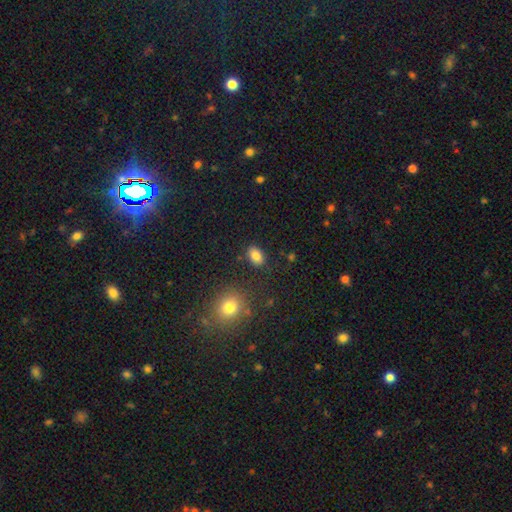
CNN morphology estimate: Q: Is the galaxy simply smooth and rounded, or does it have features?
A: smooth — 84%.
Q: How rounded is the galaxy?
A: in between — 84%.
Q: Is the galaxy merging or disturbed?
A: none — 85%.